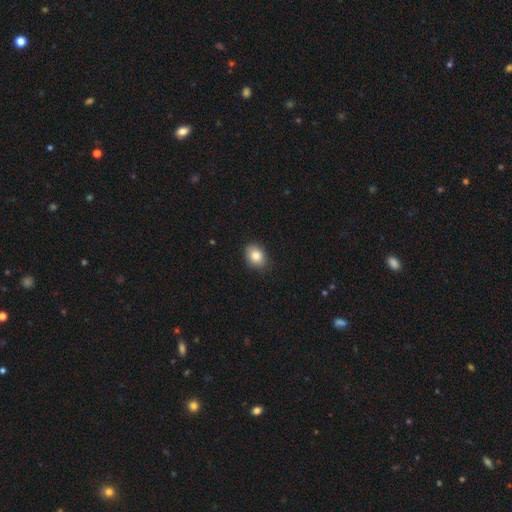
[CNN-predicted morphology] This appears to be a smooth galaxy with no disk features (85%) that is in between round and cigar-shaped (65%). Merging: none (86%).